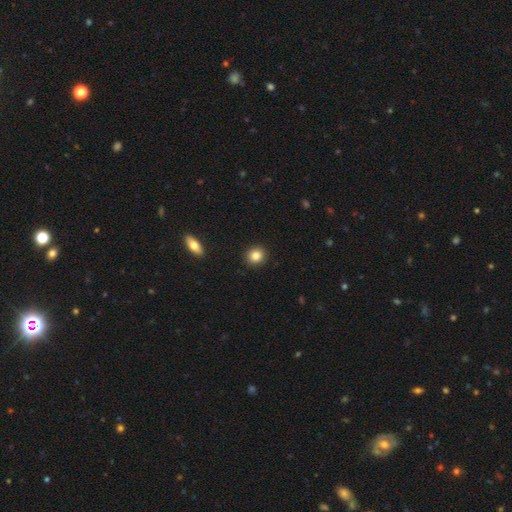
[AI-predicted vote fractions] Smooth or featured?
  - smooth: 85% *
  - star or artifact: 9%
  - featured or disk: 6%
How rounded?
  - round: 87% *
  - in between: 12%
  - cigar-shaped: 1%
Merging?
  - none: 92% *
  - minor disturbance: 5%
  - major disturbance: 2%
  - merger: 1%